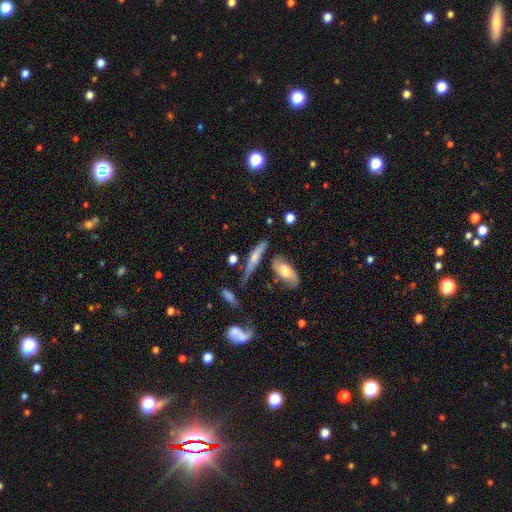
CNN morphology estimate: This appears to be a smooth galaxy with no disk features (46%). Merging: none (61%).